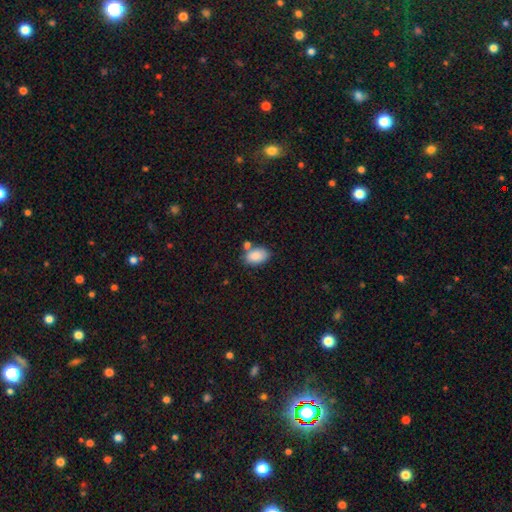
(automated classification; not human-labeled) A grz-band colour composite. It shows a smooth galaxy with no disk features (87%) that is in between round and cigar-shaped (90%). Merging: none (62%).